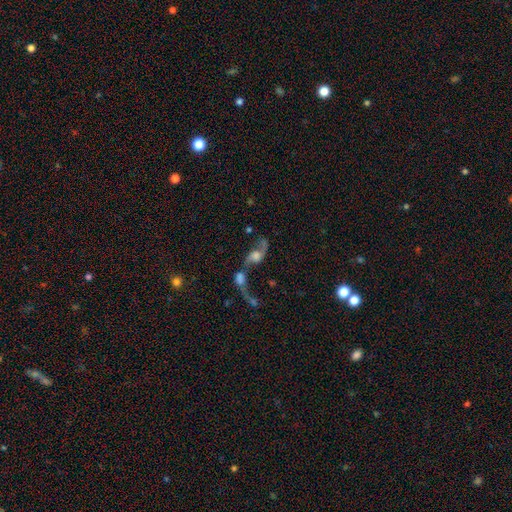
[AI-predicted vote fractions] smooth_or_featured: featured or disk (p=0.69) [alt: smooth p=0.21]
disk_edge_on: no (p=0.92) [alt: yes p=0.08]
bar: no (p=0.64) [alt: weak p=0.29]
has_spiral_arms: yes (p=0.86) [alt: no p=0.14]
spiral_winding: loose (p=0.86) [alt: medium p=0.11]
spiral_arm_count: 2 (p=0.82) [alt: 1 p=0.11]
bulge_size: moderate (p=0.37) [alt: large p=0.30]
merging: merger (p=0.59) [alt: none p=0.20]